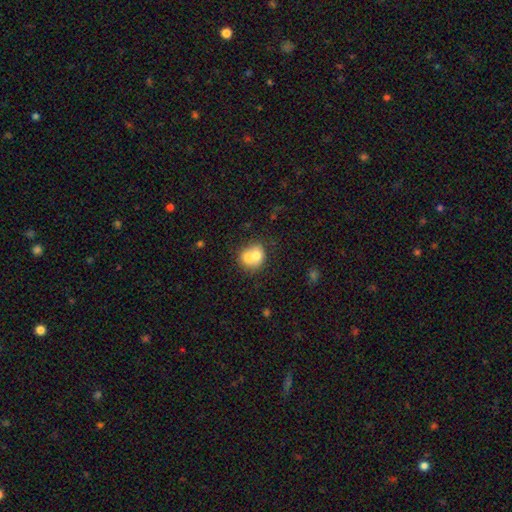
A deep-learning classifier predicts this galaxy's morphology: smooth_or_featured: smooth (p=0.67) [alt: featured or disk p=0.24]
how_rounded: round (p=0.68) [alt: in between p=0.31]
merging: merger (p=0.67) [alt: none p=0.24]